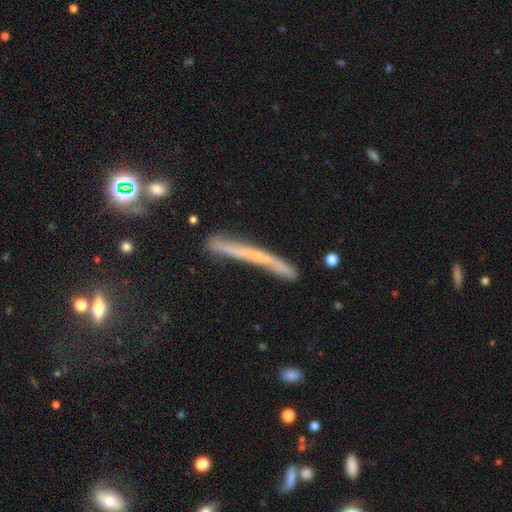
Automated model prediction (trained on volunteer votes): Q: Smooth or featured?
A: featured or disk (57%); runner-up: smooth (35%)
Q: Edge-on disk?
A: yes (87%); runner-up: no (13%)
Q: Merging?
A: none (65%); runner-up: minor disturbance (23%)